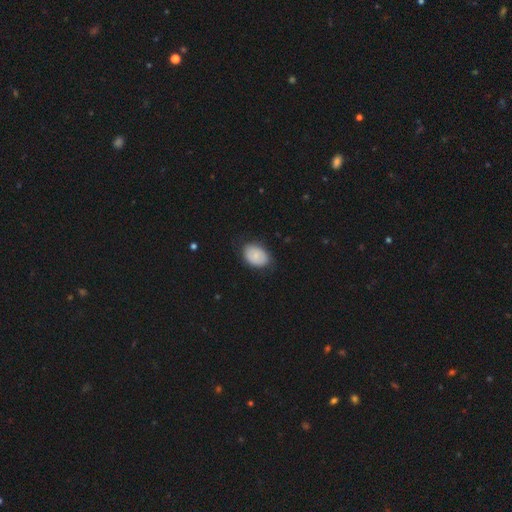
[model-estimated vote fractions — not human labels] smooth-or-featured: smooth: 81% | featured or disk: 13% | star or artifact: 7%
  how-rounded: in between: 82% | round: 17% | cigar-shaped: 1%
  merging: none: 77% | minor disturbance: 18% | major disturbance: 4% | merger: 1%